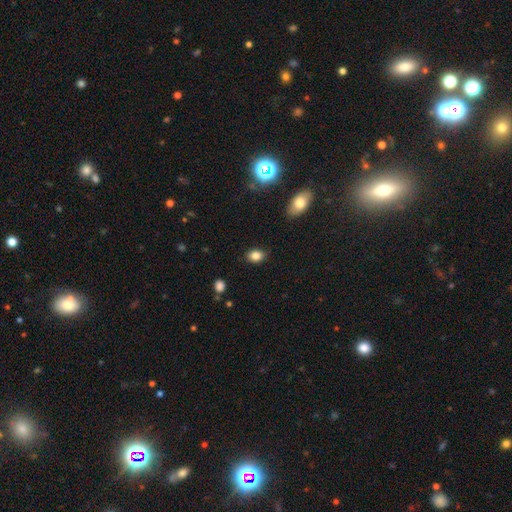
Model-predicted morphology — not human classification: smooth 84%, star or artifact 10%, featured or disk 6%. Down the decision tree: how rounded — in between (70%); merging — none (85%).